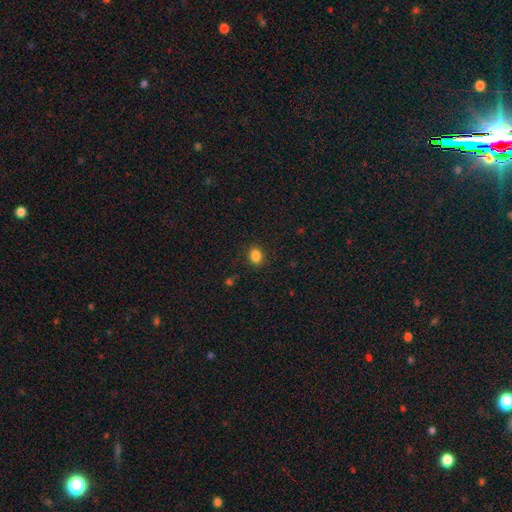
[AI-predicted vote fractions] Smooth or featured? Predicted: smooth (p=0.85). How rounded? Predicted: in between (p=0.59). Merging? Predicted: none (p=0.87).